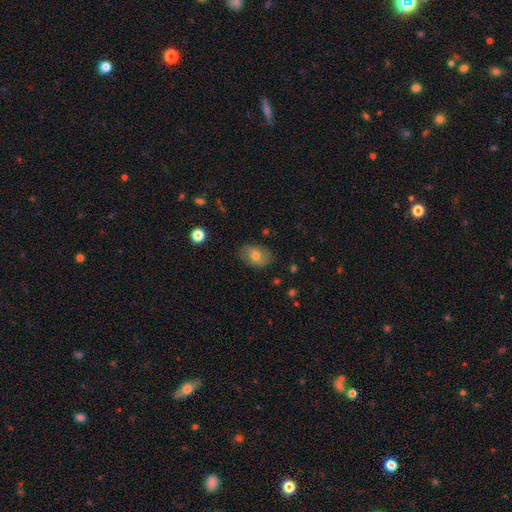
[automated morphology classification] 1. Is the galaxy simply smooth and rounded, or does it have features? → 69% smooth, 23% featured or disk, 8% star or artifact.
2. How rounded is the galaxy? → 83% in between, 15% round, 1% cigar-shaped.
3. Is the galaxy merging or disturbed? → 81% none, 14% minor disturbance, 4% major disturbance, 1% merger.